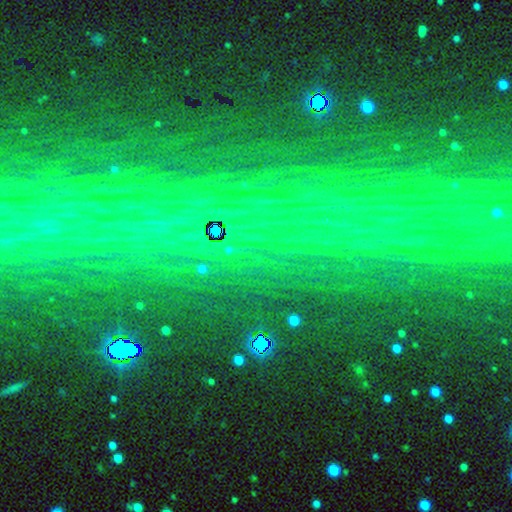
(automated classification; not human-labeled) Smooth or featured: star or artifact — 82% (featured or disk — 9%)